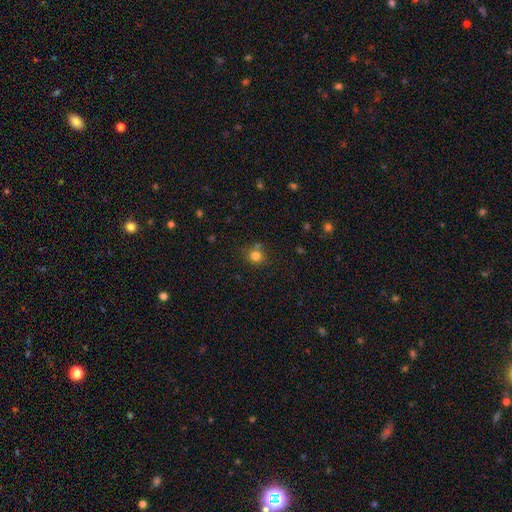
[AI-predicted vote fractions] Overall: smooth (80%). How rounded: round (85%). Merging: none (73%).